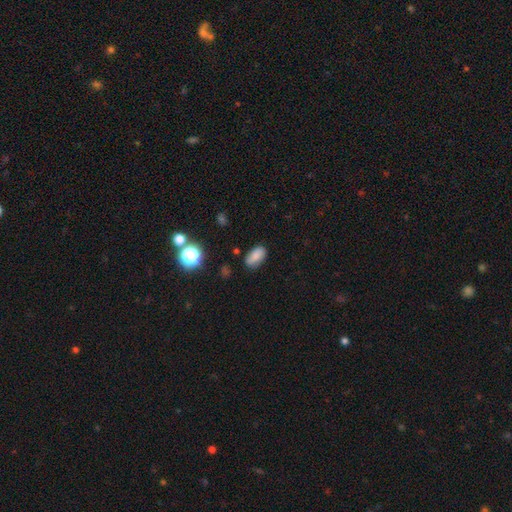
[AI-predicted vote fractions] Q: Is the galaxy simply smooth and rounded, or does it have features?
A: smooth — 79%.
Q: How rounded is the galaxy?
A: in between — 91%.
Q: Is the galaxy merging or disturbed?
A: none — 76%.